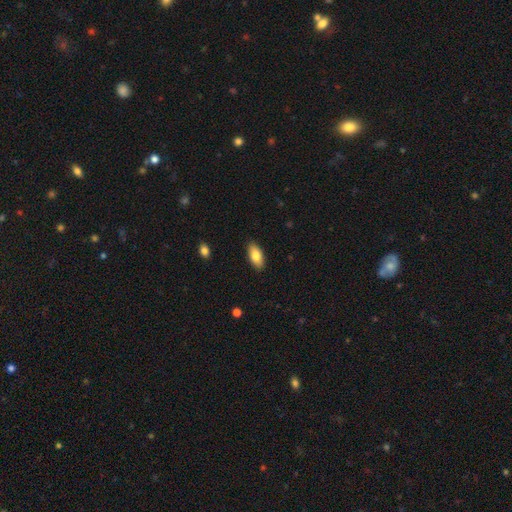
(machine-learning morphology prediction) type=smooth (83%); roundness=in between (91%); merging=none (88%).